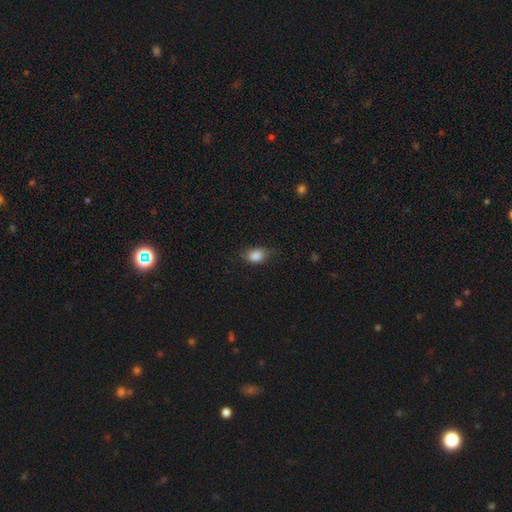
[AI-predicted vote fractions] Morphology: type=smooth (86%); roundness=in between (71%); merging=none (67%).